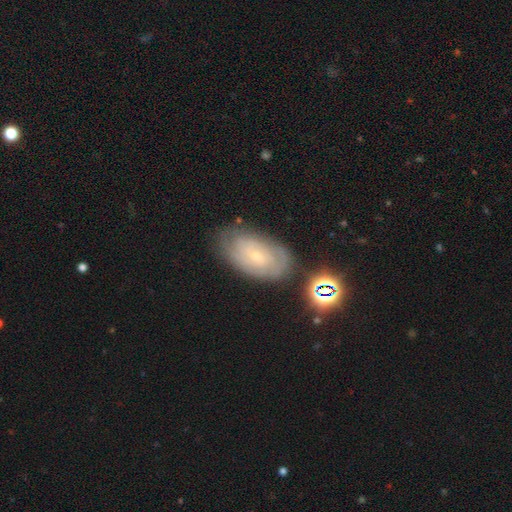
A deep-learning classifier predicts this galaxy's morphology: Smooth or featured? featured or disk (59%)
Edge-on disk? no (94%)
Bar? no (80%)
Spiral arms? yes (75%)
Bulge size? small (80%)
Merging? none (70%)